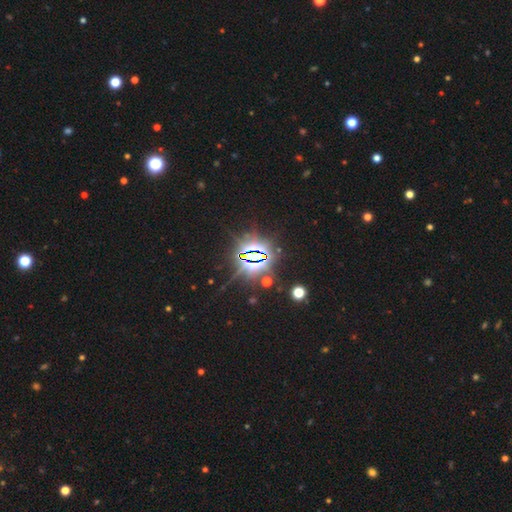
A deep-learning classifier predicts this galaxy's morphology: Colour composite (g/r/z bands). It shows a star or artifact, not a galaxy (82%).